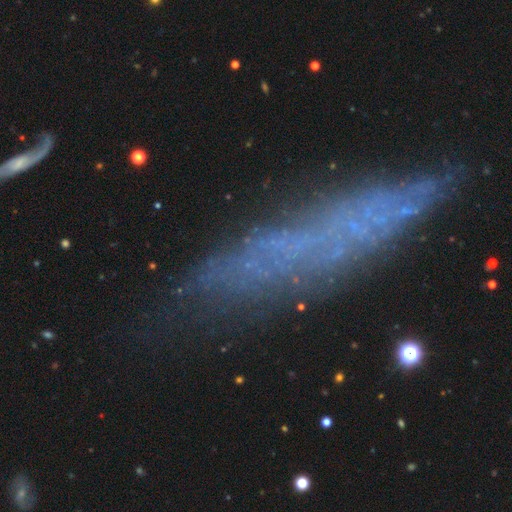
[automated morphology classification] Overall: featured or disk (41%; star or artifact 30%). Merging: none (71%).